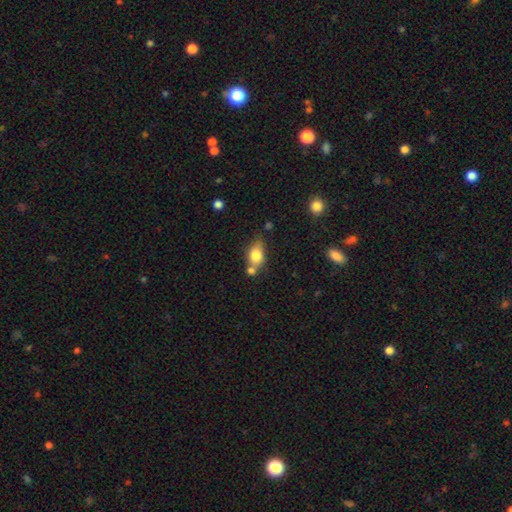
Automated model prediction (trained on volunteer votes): Morphology: type=smooth (77%); roundness=in between (68%); merging=none (45%).